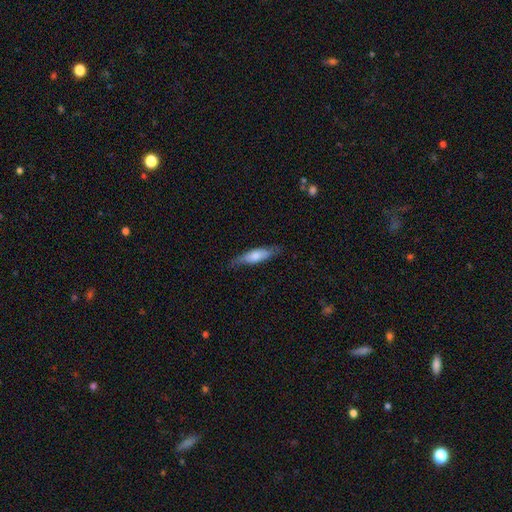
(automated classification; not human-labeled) Smooth or featured? smooth (67%)
How rounded? cigar-shaped (56%)
Merging? none (74%)